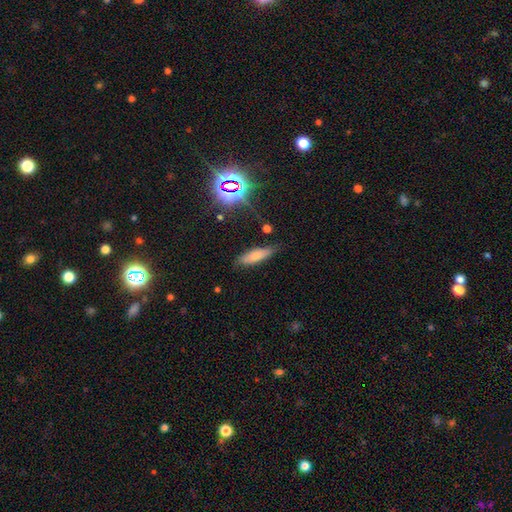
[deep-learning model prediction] This is likely a smooth galaxy (72%). How rounded: possibly cigar-shaped (51%). Merging: likely none (76%).